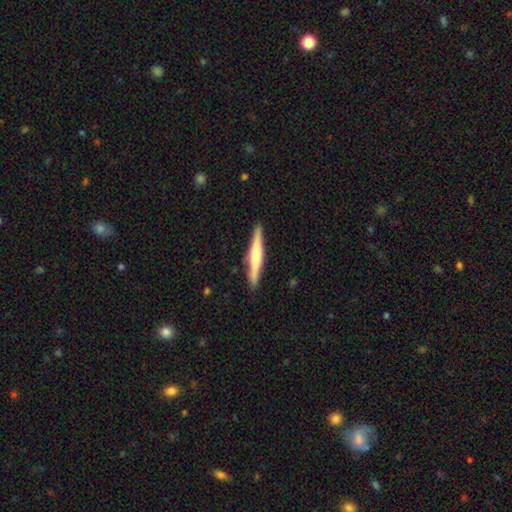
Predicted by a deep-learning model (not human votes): Morphology: type=featured or disk (54%); edge-on=yes (97%); edge-on bulge=rounded (66%); merging=none (90%).